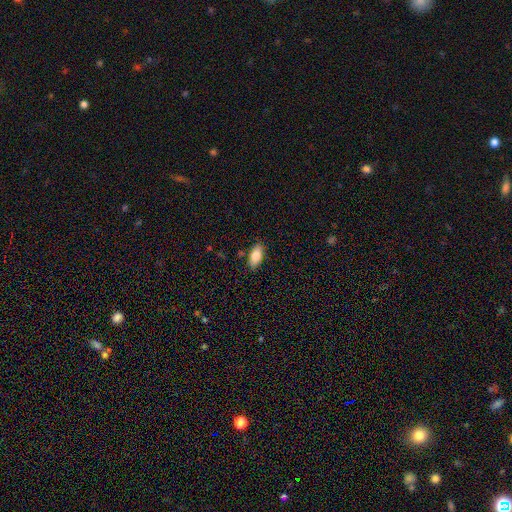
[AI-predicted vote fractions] Morphology: type=smooth (82%); roundness=in between (89%); merging=none (86%).